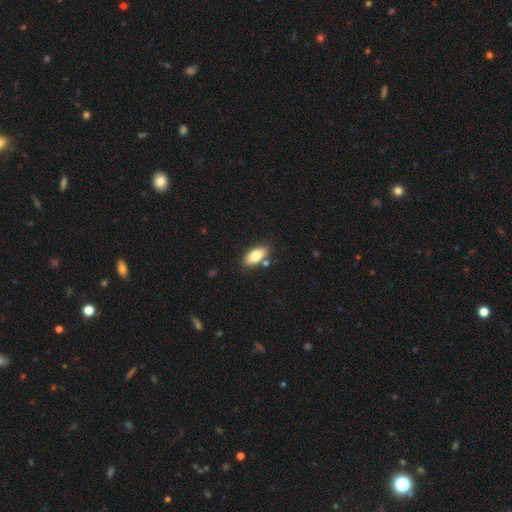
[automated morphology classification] type=smooth (79%); roundness=in between (90%); merging=none (80%).